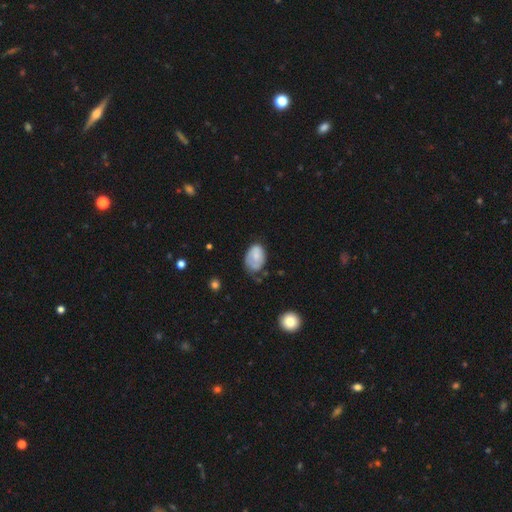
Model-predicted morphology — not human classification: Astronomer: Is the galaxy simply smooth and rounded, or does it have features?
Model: smooth — 68%.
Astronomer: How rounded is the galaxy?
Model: in between — 85%.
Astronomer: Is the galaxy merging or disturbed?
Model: none — 40% (runner-up: minor disturbance, 39%).